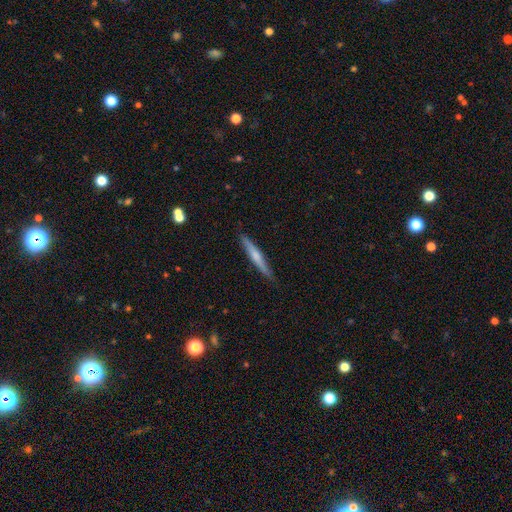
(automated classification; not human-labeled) A featured or disk galaxy (51%) viewed edge-on (97%).

Vote fractions:
- Smooth or featured? featured or disk: 51% / smooth: 43% / star or artifact: 6%
- Edge-on disk? yes: 97% / no: 3%
- Merging? none: 89% / minor disturbance: 9% / major disturbance: 2% / merger: 1%